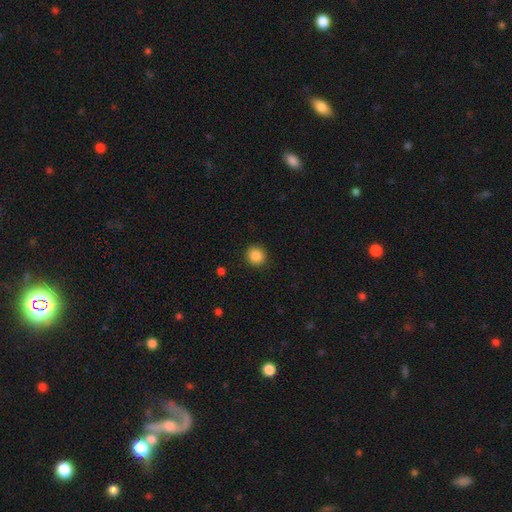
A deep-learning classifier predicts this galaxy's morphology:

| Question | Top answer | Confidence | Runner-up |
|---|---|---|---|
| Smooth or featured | smooth | 87% | star or artifact (10%) |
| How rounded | round | 91% | in between (8%) |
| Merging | none | 92% | minor disturbance (6%) |